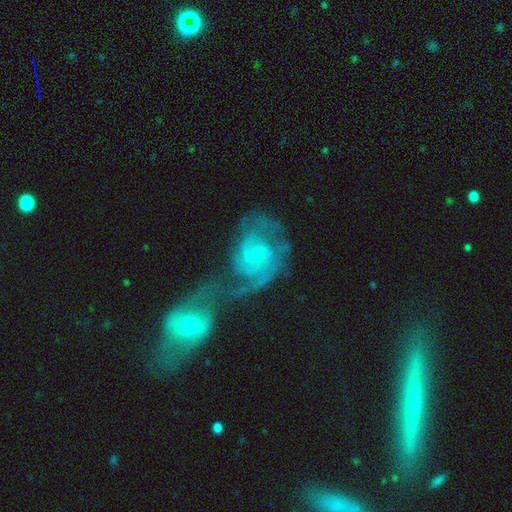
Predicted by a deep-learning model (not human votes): This appears to be a featured or disk galaxy (86%) with no bar (70%), 2 (53%) tight (48%) spiral arms (96%) and a small central bulge (80%). Merging: merger (55%).